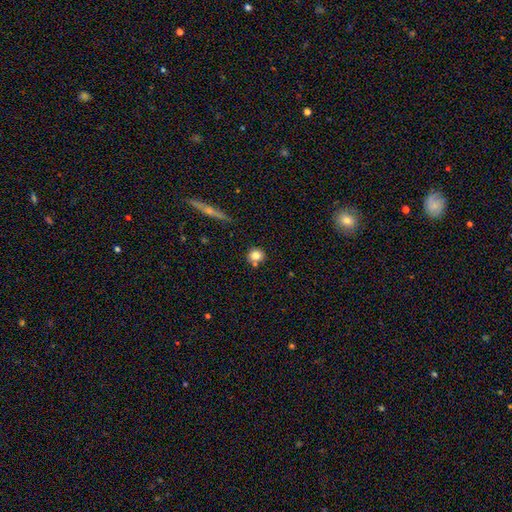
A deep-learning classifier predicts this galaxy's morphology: Smooth or featured?
  - smooth: 80% *
  - star or artifact: 10%
  - featured or disk: 9%
How rounded?
  - round: 87% *
  - in between: 11%
  - cigar-shaped: 1%
Merging?
  - none: 71% *
  - merger: 15%
  - minor disturbance: 11%
  - major disturbance: 3%